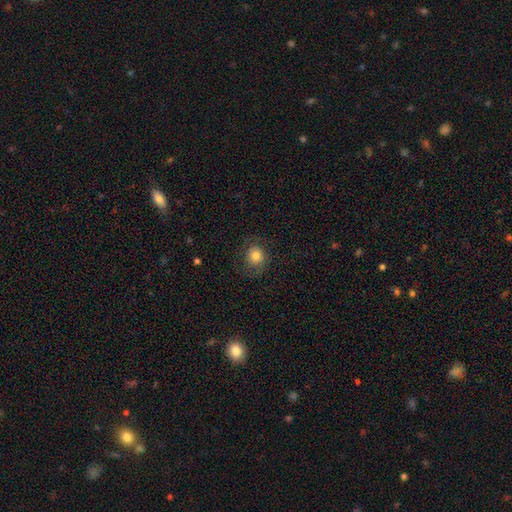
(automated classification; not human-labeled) Smooth or featured: smooth — 78% (featured or disk — 12%)
How rounded: round — 82% (in between — 17%)
Merging: none — 77% (minor disturbance — 14%)